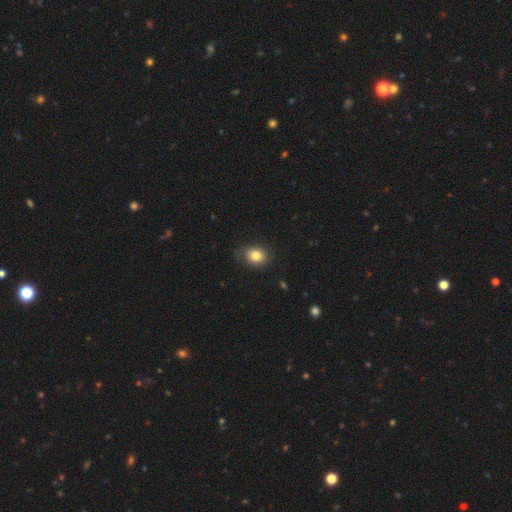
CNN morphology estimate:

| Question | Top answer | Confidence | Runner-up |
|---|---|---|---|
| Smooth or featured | smooth | 82% | star or artifact (10%) |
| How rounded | round | 53% | in between (46%) |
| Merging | none | 79% | minor disturbance (16%) |